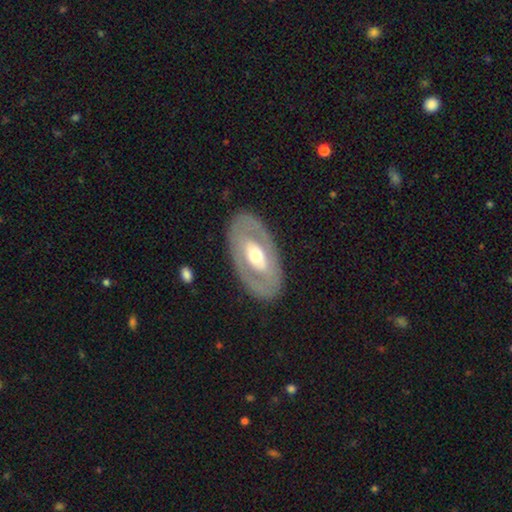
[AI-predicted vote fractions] A featured or disk galaxy (68%) with no bar (53%), no spiral arms (71%) and a moderate central bulge (71%).

Vote fractions:
- Smooth or featured? featured or disk: 68% / smooth: 26% / star or artifact: 6%
- Edge-on disk? no: 89% / yes: 11%
- Bar? no: 53% / weak: 28% / strong: 19%
- Spiral arms? no: 71% / yes: 29%
- Bulge size? moderate: 71% / small: 15% / large: 12% / dominant: 1% / none: 1%
- Merging? none: 84% / minor disturbance: 11% / major disturbance: 4% / merger: 1%